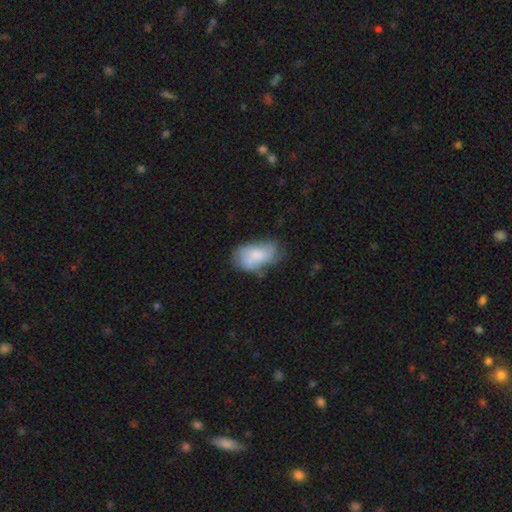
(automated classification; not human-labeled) A smooth galaxy with no disk features (63%) that is in between round and cigar-shaped (92%). Merging: none (46%).